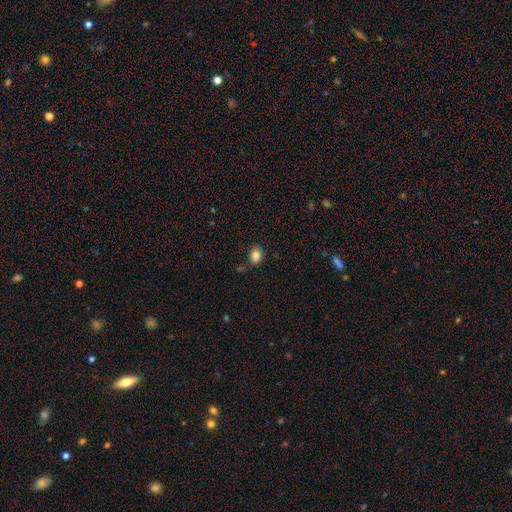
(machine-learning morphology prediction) smooth_or_featured: smooth (p=0.84) [alt: star or artifact p=0.10]
how_rounded: in between (p=0.67) [alt: round p=0.32]
merging: none (p=0.69) [alt: minor disturbance p=0.20]